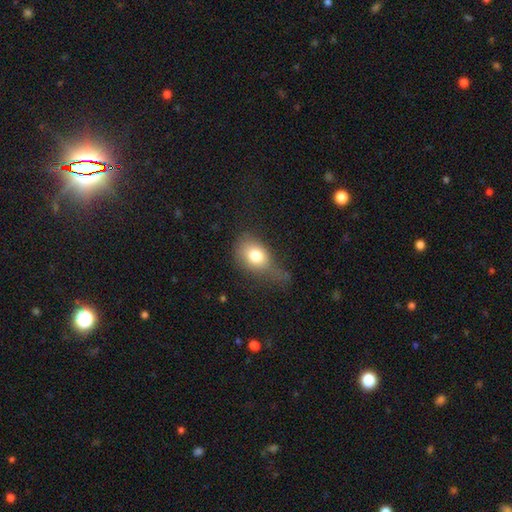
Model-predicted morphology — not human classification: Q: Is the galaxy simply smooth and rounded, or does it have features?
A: smooth — 78%.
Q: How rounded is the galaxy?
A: in between — 65%.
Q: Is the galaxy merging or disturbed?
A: minor disturbance — 35%, tied with none.